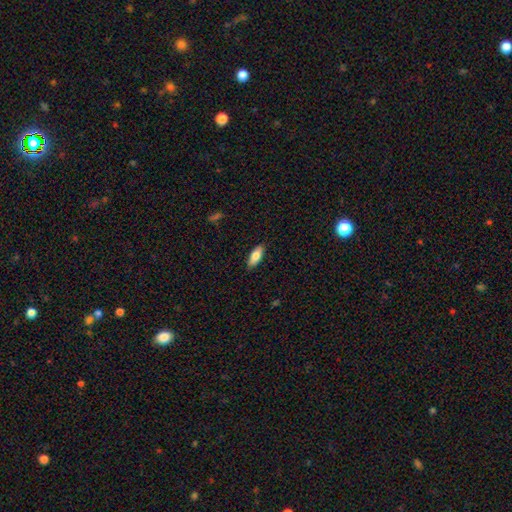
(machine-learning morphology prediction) type=smooth (80%); roundness=in between (77%); merging=none (88%).